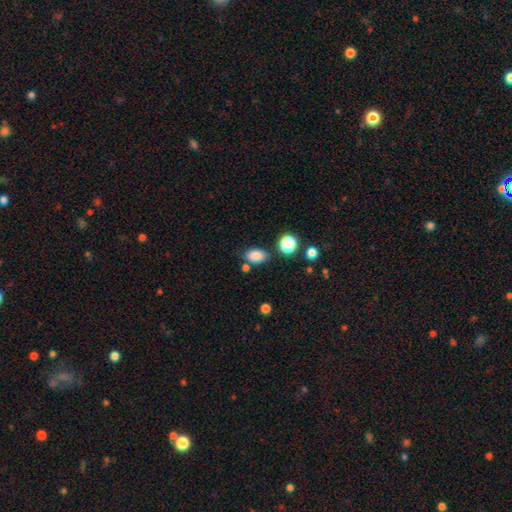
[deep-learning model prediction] This is clearly a smooth galaxy (85%). How rounded: clearly in between (85%). Merging: likely none (76%).